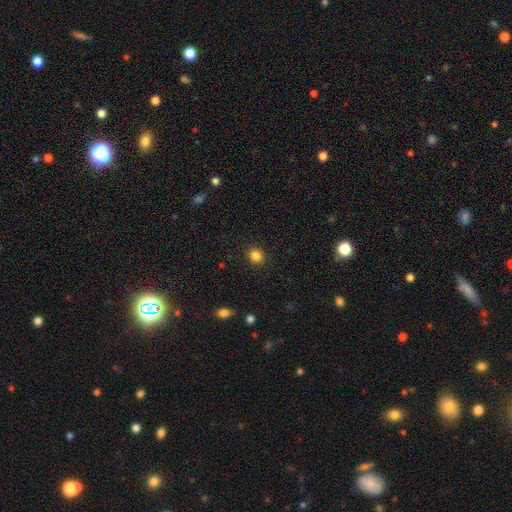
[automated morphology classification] Smooth or featured? smooth (84%)
How rounded? round (86%)
Merging? none (91%)